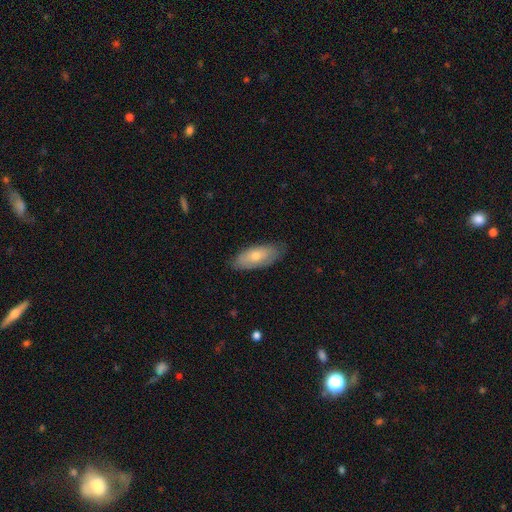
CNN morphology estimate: type=smooth (63%); roundness=in between (80%); merging=none (80%).